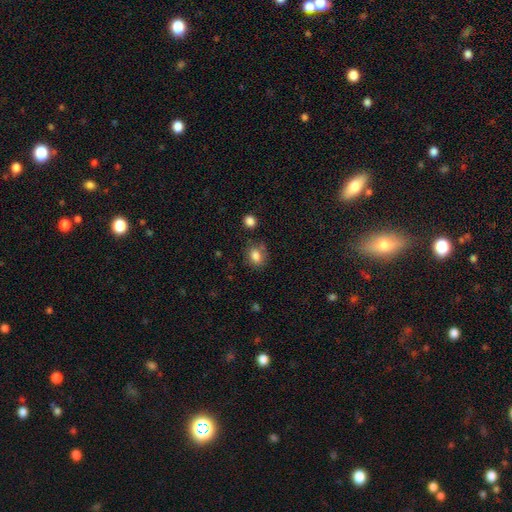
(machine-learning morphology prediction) A smooth galaxy with no disk features (82%) that is in between round and cigar-shaped (58%).

Vote fractions:
- Smooth or featured? smooth: 82% / star or artifact: 10% / featured or disk: 8%
- How rounded? in between: 58% / round: 41% / cigar-shaped: 1%
- Merging? none: 69% / minor disturbance: 20% / major disturbance: 6% / merger: 5%